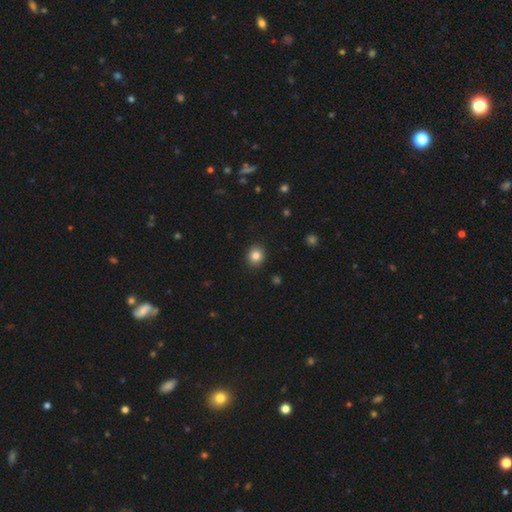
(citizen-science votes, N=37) Smooth or featured?
  - smooth: 97% *
  - featured or disk: 3%
  - star or artifact: 0%
How rounded?
  - round: 67% *
  - in between: 33%
  - cigar-shaped: 0%
Merging?
  - none: 89% *
  - minor disturbance: 5%
  - major disturbance: 5%
  - merger: 0%